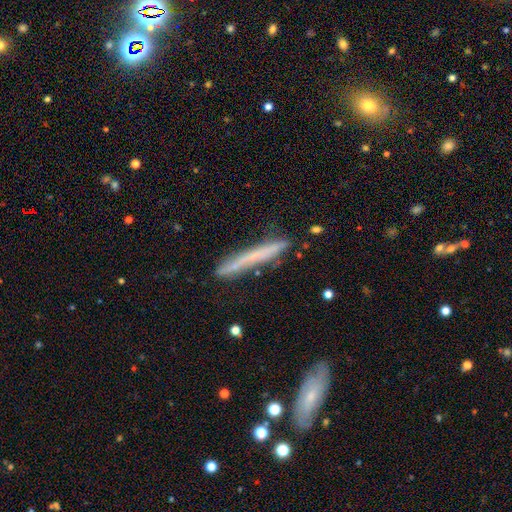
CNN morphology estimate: smooth_or_featured: smooth (p=0.53) [alt: featured or disk p=0.39]
how_rounded: cigar-shaped (p=0.96) [alt: in between p=0.02]
merging: none (p=0.81) [alt: minor disturbance p=0.14]